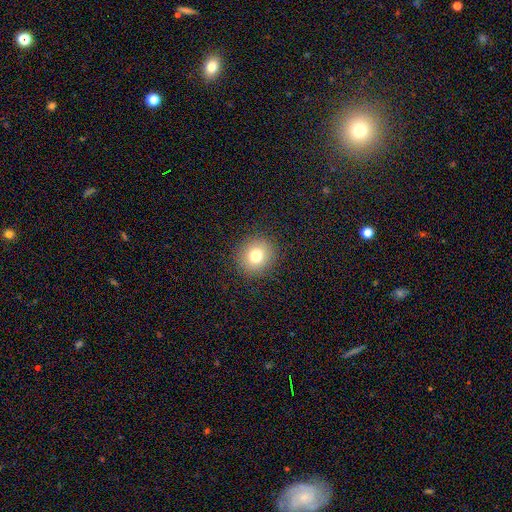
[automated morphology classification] Smooth or featured?
  - smooth: 77% *
  - star or artifact: 12%
  - featured or disk: 11%
How rounded?
  - round: 88% *
  - in between: 11%
  - cigar-shaped: 1%
Merging?
  - none: 90% *
  - minor disturbance: 6%
  - major disturbance: 3%
  - merger: 1%